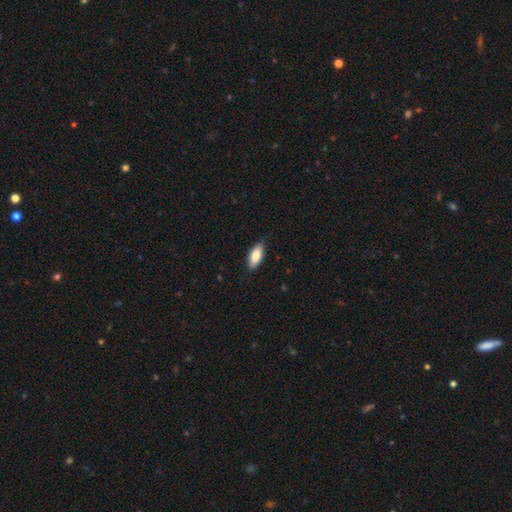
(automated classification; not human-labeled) A smooth galaxy with no disk features (85%) that is in between round and cigar-shaped (82%).

Vote fractions:
- Smooth or featured? smooth: 85% / featured or disk: 9% / star or artifact: 6%
- How rounded? in between: 82% / cigar-shaped: 16% / round: 2%
- Merging? none: 85% / minor disturbance: 12% / major disturbance: 2% / merger: 1%